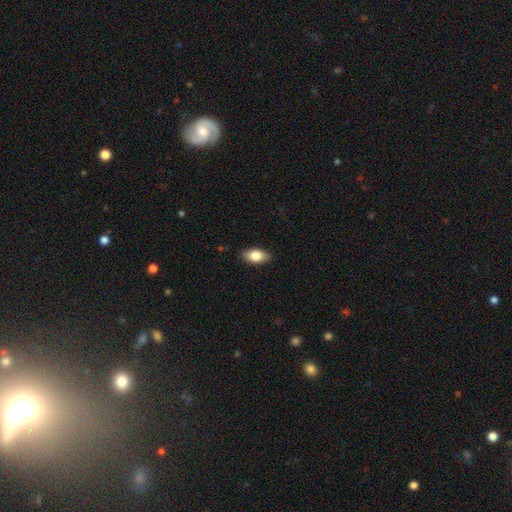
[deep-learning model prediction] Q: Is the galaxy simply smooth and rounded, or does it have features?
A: smooth — 82%.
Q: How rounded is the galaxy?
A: in between — 91%.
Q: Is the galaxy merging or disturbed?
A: none — 87%.